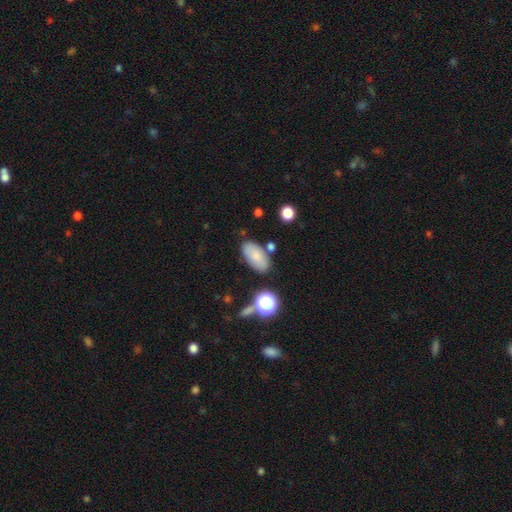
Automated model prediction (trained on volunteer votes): Smooth or featured? smooth (79%)
How rounded? in between (92%)
Merging? none (77%)